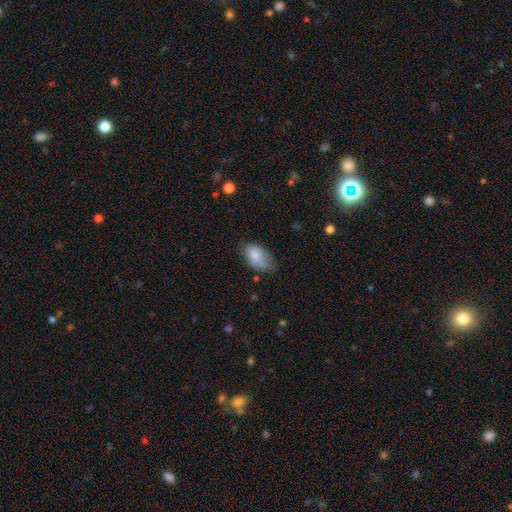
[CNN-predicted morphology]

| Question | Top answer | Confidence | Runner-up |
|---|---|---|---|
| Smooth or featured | smooth | 81% | featured or disk (12%) |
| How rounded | in between | 94% | round (4%) |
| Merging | none | 55% | minor disturbance (33%) |